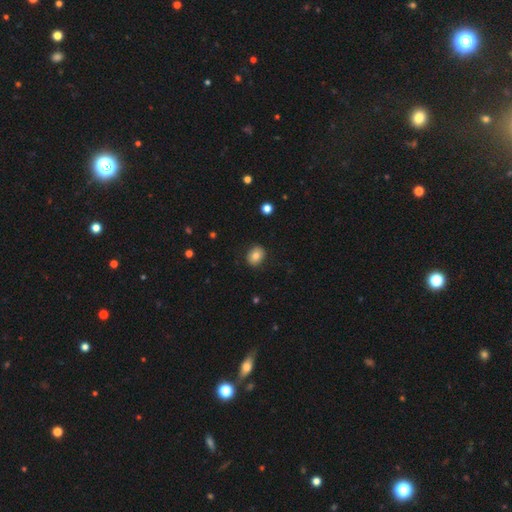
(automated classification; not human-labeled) Smooth or featured? Predicted: smooth (p=0.80). How rounded? Predicted: round (p=0.51). Merging? Predicted: none (p=0.87).